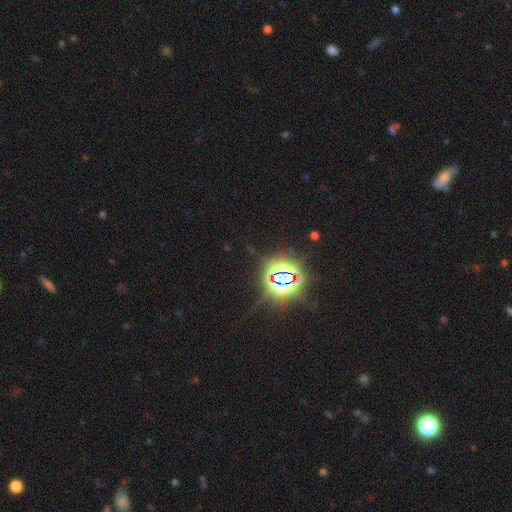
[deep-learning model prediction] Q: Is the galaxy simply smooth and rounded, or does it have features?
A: star or artifact — 85%.